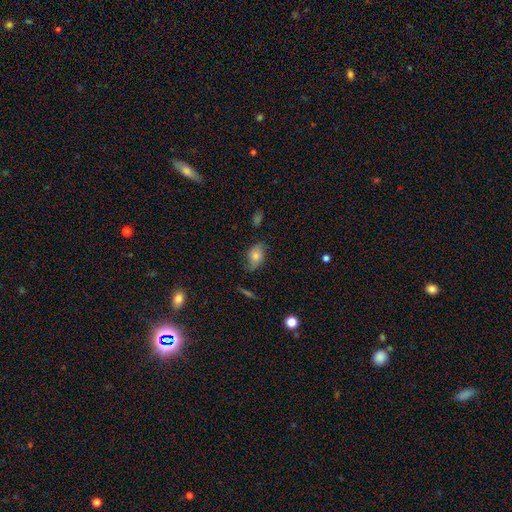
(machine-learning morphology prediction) A smooth galaxy with no disk features (66%) that is in between round and cigar-shaped (83%). Merging: none (69%).